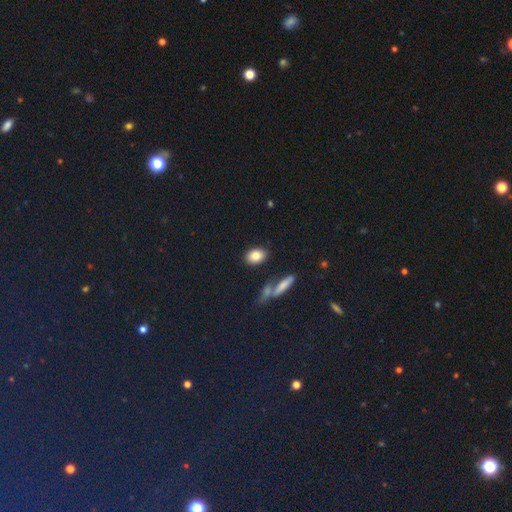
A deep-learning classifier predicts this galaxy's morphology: A smooth galaxy with no disk features (82%) that is in between round and cigar-shaped (79%).

Vote fractions:
- Smooth or featured? smooth: 82% / featured or disk: 9% / star or artifact: 8%
- How rounded? in between: 79% / round: 18% / cigar-shaped: 3%
- Merging? none: 82% / minor disturbance: 10% / merger: 5% / major disturbance: 3%